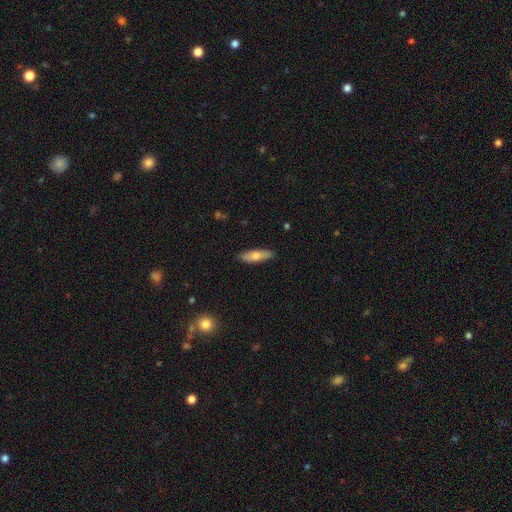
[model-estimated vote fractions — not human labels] Overall: smooth (72%). How rounded: cigar-shaped (54%; in between 44%). Merging: none (87%).